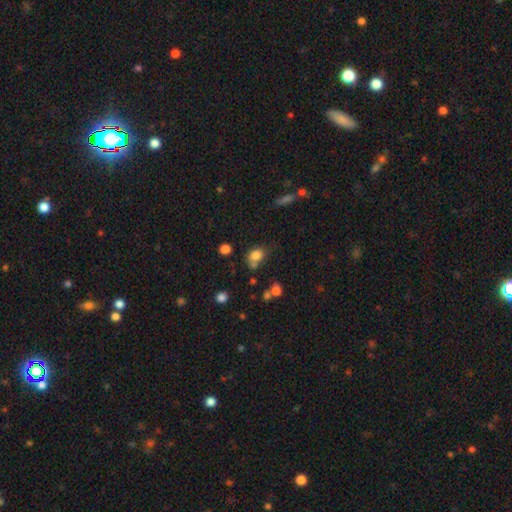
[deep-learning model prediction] smooth-or-featured: smooth: 79% | star or artifact: 12% | featured or disk: 8%
  how-rounded: in between: 59% | round: 39% | cigar-shaped: 1%
  merging: none: 48% | minor disturbance: 23% | merger: 20% | major disturbance: 9%